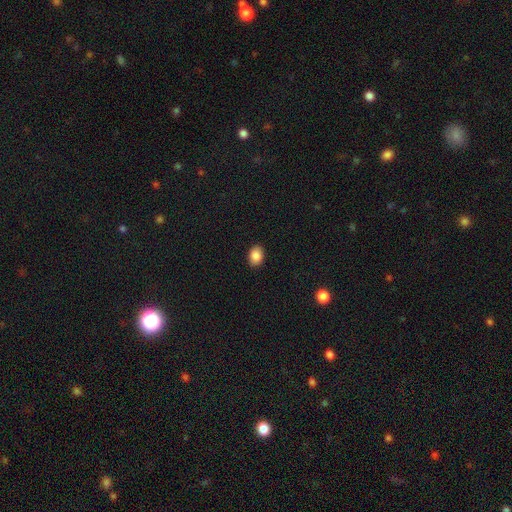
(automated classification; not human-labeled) This is clearly a smooth galaxy (88%). How rounded: likely in between (74%). Merging: clearly none (90%).